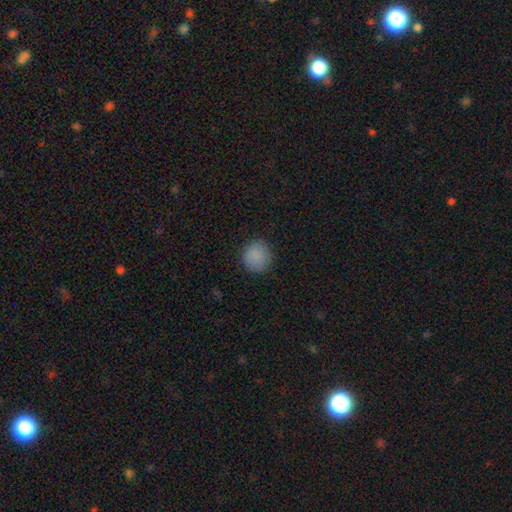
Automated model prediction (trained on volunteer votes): This is clearly a smooth galaxy (86%). How rounded: clearly round (88%). Merging: clearly none (85%).